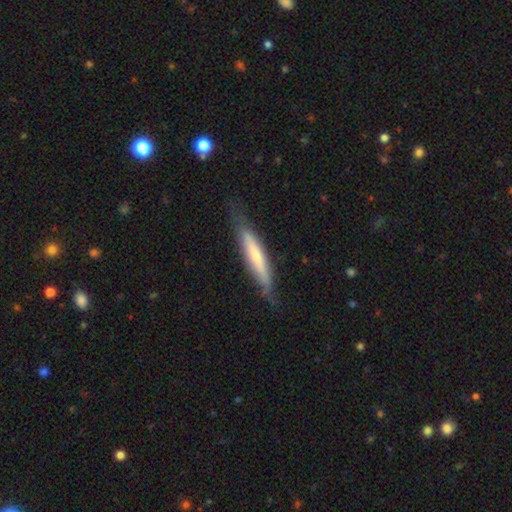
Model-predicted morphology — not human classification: smooth-or-featured: smooth: 50% | featured or disk: 44% | star or artifact: 6%
  how-rounded: cigar-shaped: 89% | in between: 9% | round: 1%
  merging: none: 74% | minor disturbance: 19% | major disturbance: 5% | merger: 1%